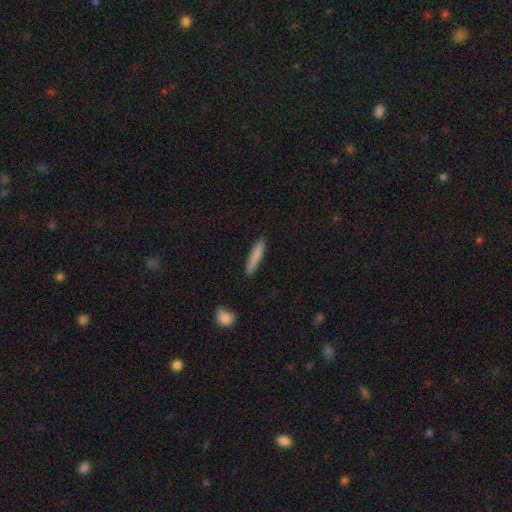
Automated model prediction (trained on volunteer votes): smooth-or-featured: smooth: 82% | featured or disk: 12% | star or artifact: 6%
  how-rounded: cigar-shaped: 90% | in between: 8% | round: 1%
  merging: none: 87% | minor disturbance: 9% | major disturbance: 2% | merger: 2%